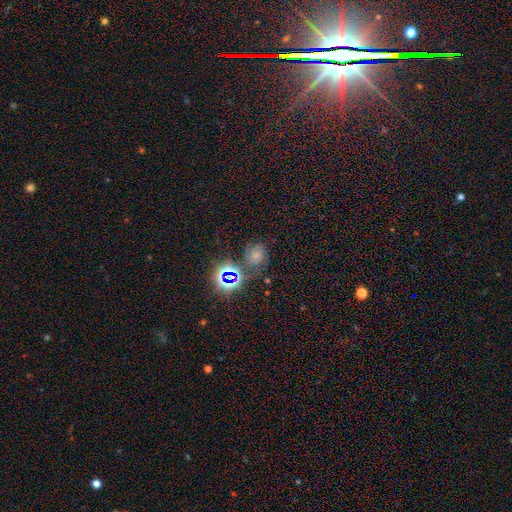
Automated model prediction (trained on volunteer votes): smooth_or_featured: smooth (p=0.44) [alt: star or artifact p=0.39]
merging: none (p=0.66) [alt: minor disturbance p=0.17]